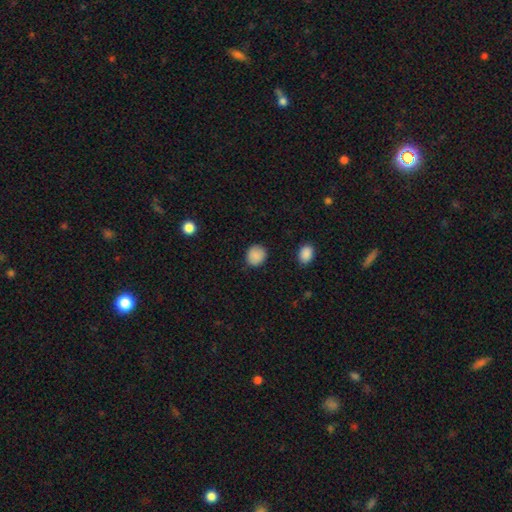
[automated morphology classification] type=smooth (88%); roundness=round (79%); merging=none (87%).